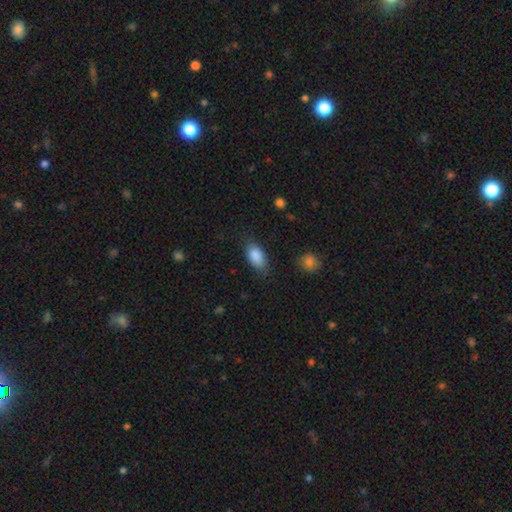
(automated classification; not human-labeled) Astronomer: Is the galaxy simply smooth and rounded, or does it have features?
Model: smooth — 88%.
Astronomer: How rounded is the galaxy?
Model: in between — 91%.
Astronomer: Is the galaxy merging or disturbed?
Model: none — 75%.